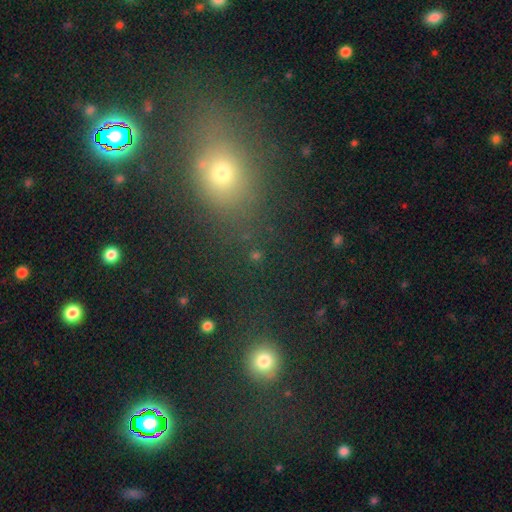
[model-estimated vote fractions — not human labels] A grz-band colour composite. It shows a smooth galaxy with no disk features (56%) that is round (78%). Merging: none (79%).